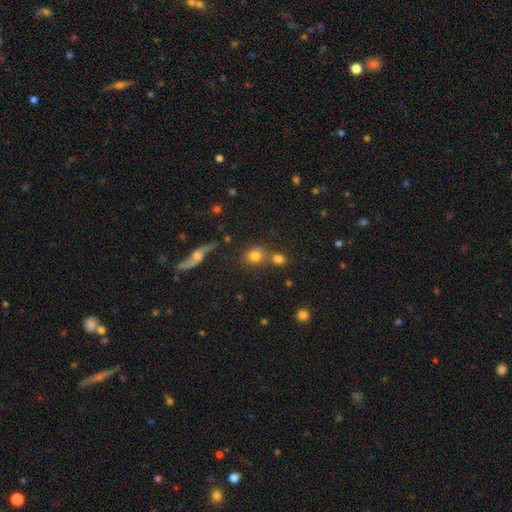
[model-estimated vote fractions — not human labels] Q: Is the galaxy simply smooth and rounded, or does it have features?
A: smooth — 78%.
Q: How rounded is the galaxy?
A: round — 77%.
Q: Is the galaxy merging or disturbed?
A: none — 59%.